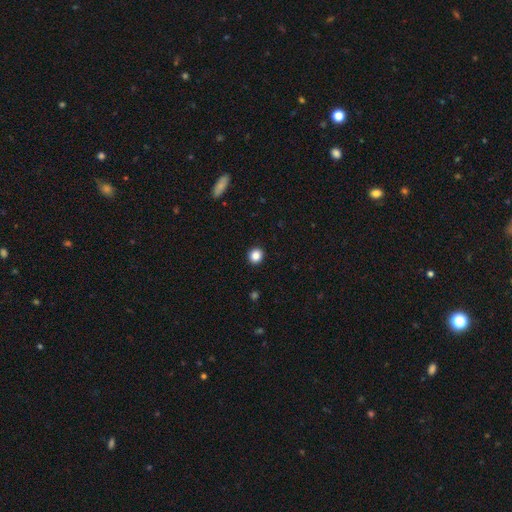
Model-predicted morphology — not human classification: Smooth or featured? Predicted: smooth (p=0.86). How rounded? Predicted: round (p=0.91). Merging? Predicted: none (p=0.93).